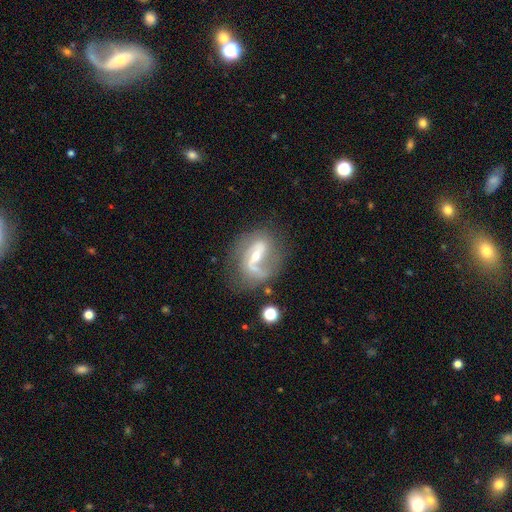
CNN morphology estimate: Smooth or featured?
  - featured or disk: 80% *
  - smooth: 12%
  - star or artifact: 7%
Edge-on disk?
  - no: 95% *
  - yes: 5%
Bar?
  - strong: 39% *
  - weak: 38%
  - no: 23%
Spiral arms?
  - yes: 88% *
  - no: 12%
Spiral winding?
  - loose: 50% *
  - medium: 37%
  - tight: 13%
Spiral arm count?
  - 2: 61% *
  - 1: 29%
  - can't tell: 7%
  - 3: 1%
  - 4: 1%
  - more than 4: 1%
Bulge size?
  - small: 49% *
  - moderate: 46%
  - large: 3%
  - none: 2%
  - dominant: 1%
Merging?
  - none: 54% *
  - minor disturbance: 22%
  - major disturbance: 18%
  - merger: 6%